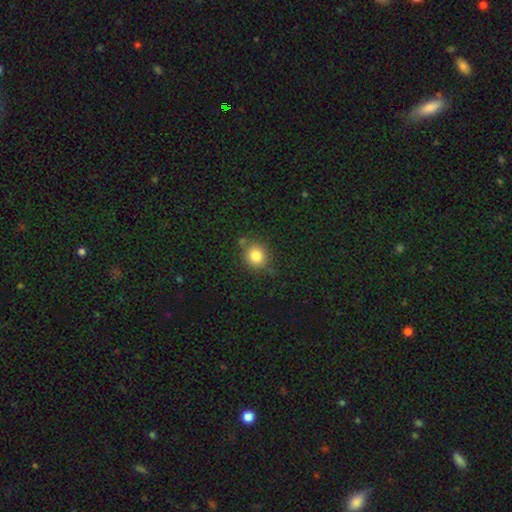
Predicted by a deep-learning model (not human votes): smooth-or-featured: smooth: 83% | star or artifact: 11% | featured or disk: 6%
  how-rounded: round: 86% | in between: 13% | cigar-shaped: 1%
  merging: none: 79% | minor disturbance: 12% | merger: 6% | major disturbance: 3%